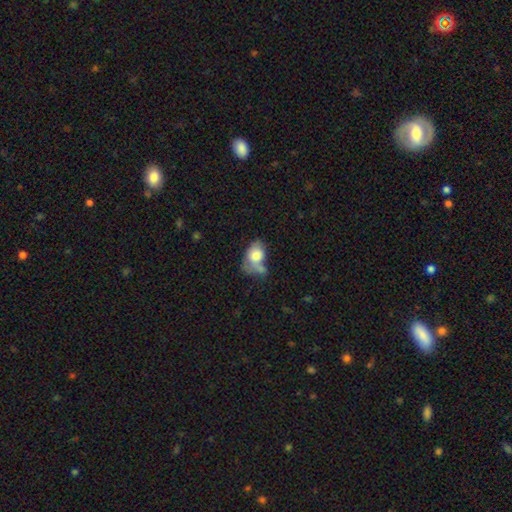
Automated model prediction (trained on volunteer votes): smooth-or-featured: smooth: 73% | featured or disk: 19% | star or artifact: 8%
  how-rounded: in between: 78% | round: 21% | cigar-shaped: 1%
  merging: merger: 35% | none: 24% | minor disturbance: 22% | major disturbance: 18%